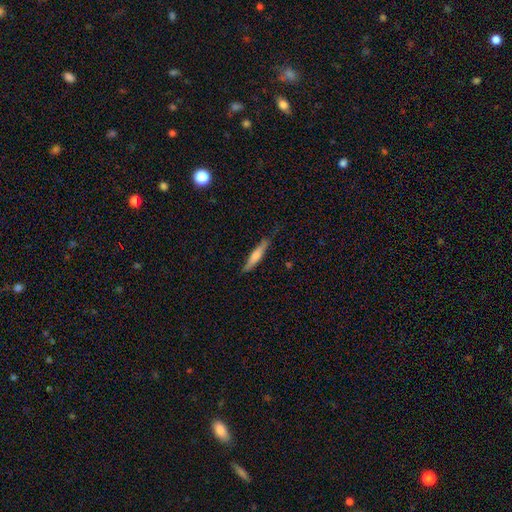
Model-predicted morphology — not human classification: Smooth or featured?
  - smooth: 61% *
  - featured or disk: 33%
  - star or artifact: 6%
How rounded?
  - cigar-shaped: 90% *
  - in between: 9%
  - round: 1%
Merging?
  - none: 82% *
  - minor disturbance: 14%
  - major disturbance: 2%
  - merger: 1%